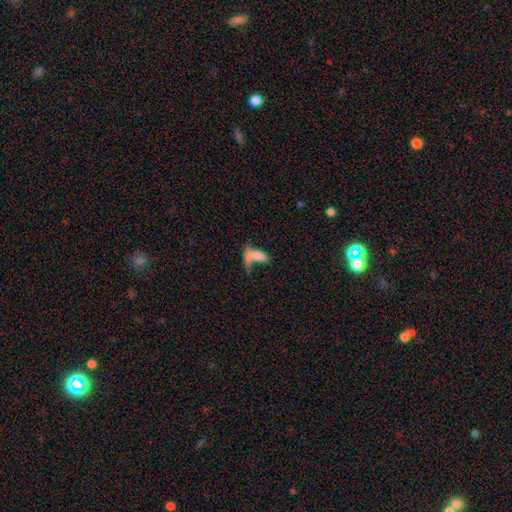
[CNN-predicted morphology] A smooth galaxy with no disk features (67%) that is in between round and cigar-shaped (74%).

Vote fractions:
- Smooth or featured? smooth: 67% / featured or disk: 23% / star or artifact: 10%
- How rounded? in between: 74% / cigar-shaped: 19% / round: 7%
- Merging? merger: 56% / none: 20% / major disturbance: 16% / minor disturbance: 9%